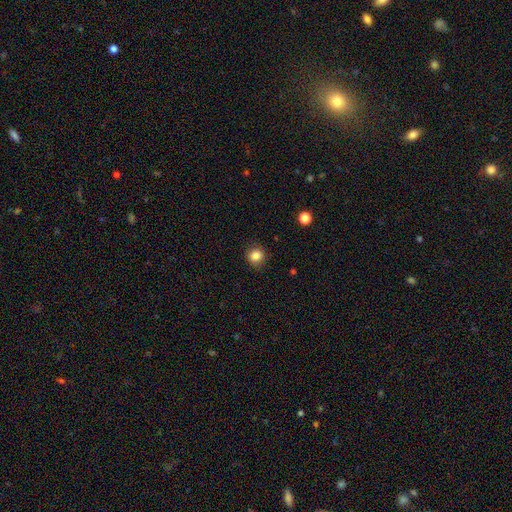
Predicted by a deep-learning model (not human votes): smooth_or_featured: smooth (p=0.85) [alt: star or artifact p=0.11]
how_rounded: round (p=0.90) [alt: in between p=0.09]
merging: none (p=0.88) [alt: minor disturbance p=0.09]